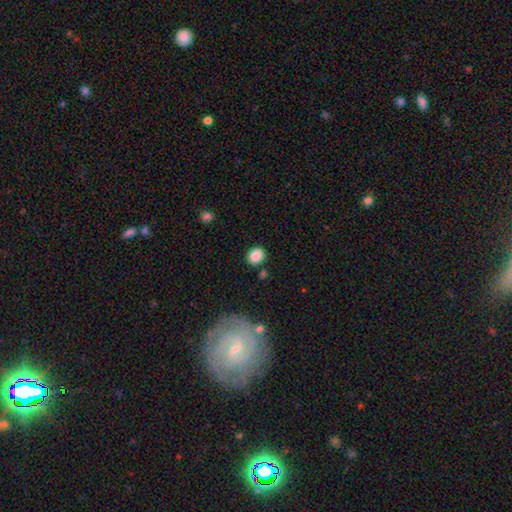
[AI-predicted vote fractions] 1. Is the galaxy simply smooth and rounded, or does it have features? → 87% smooth, 9% star or artifact, 4% featured or disk.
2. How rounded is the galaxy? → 65% round, 34% in between, 1% cigar-shaped.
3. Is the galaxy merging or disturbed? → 82% none, 11% minor disturbance, 4% merger, 3% major disturbance.